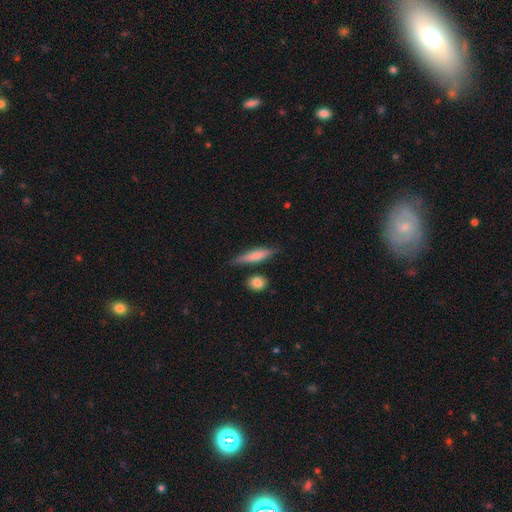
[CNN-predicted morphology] type=smooth (66%); roundness=cigar-shaped (79%); merging=none (75%).